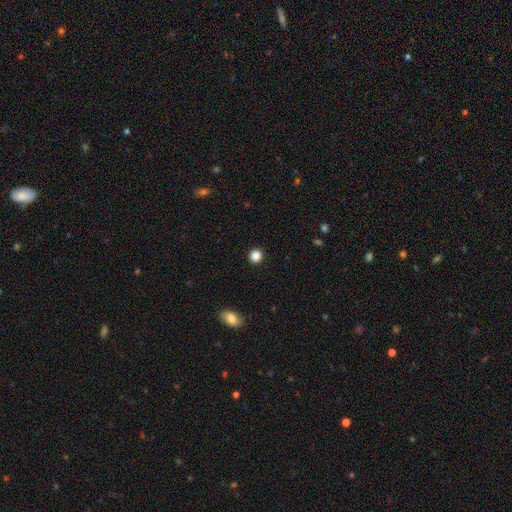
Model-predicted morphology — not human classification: This appears to be a smooth galaxy with no disk features (86%) that is round (91%). Merging: none (92%).